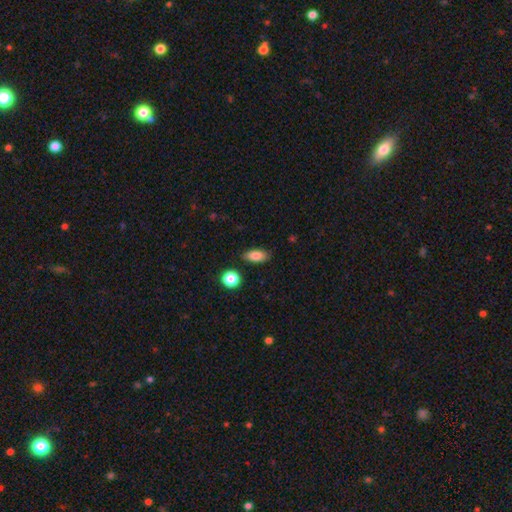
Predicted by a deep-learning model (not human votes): A smooth galaxy with no disk features (84%) that is in between round and cigar-shaped (85%).

Vote fractions:
- Smooth or featured? smooth: 84% / star or artifact: 8% / featured or disk: 8%
- How rounded? in between: 85% / cigar-shaped: 9% / round: 6%
- Merging? none: 85% / minor disturbance: 10% / merger: 2% / major disturbance: 2%